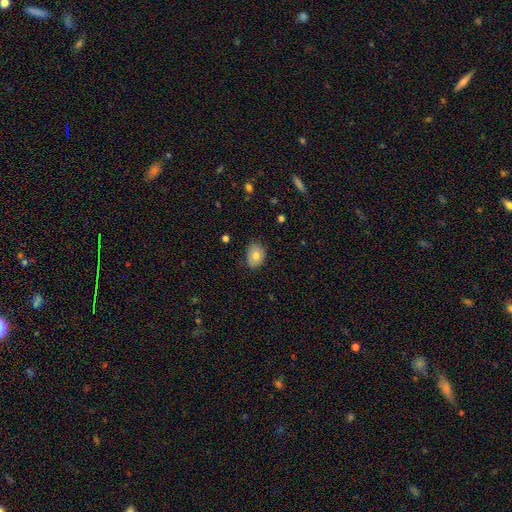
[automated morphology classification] type=smooth (79%); roundness=in between (66%); merging=none (78%).